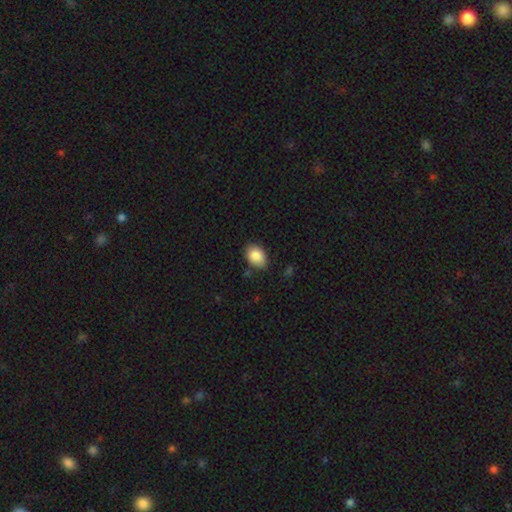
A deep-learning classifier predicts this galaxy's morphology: smooth 87%, star or artifact 7%, featured or disk 5%. Down the decision tree: how rounded — in between (82%); merging — none (79%).